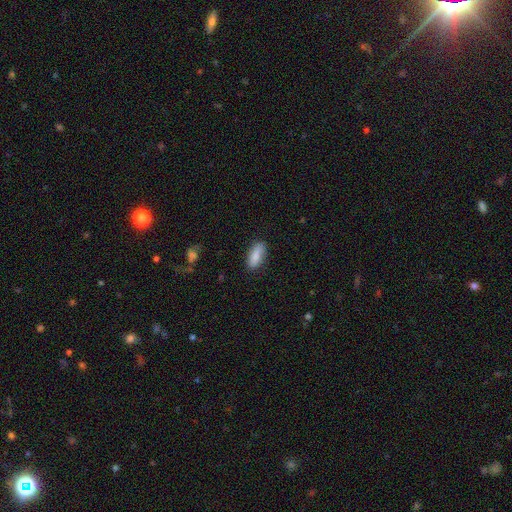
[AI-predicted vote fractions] Smooth or featured: smooth — 84% (featured or disk — 10%)
How rounded: in between — 73% (cigar-shaped — 25%)
Merging: none — 81% (minor disturbance — 15%)